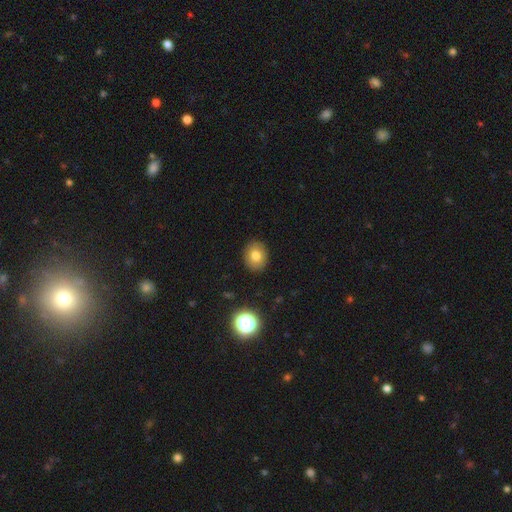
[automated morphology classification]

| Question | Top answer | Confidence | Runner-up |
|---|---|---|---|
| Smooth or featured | smooth | 78% | star or artifact (11%) |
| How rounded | round | 57% | in between (42%) |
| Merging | none | 89% | minor disturbance (7%) |